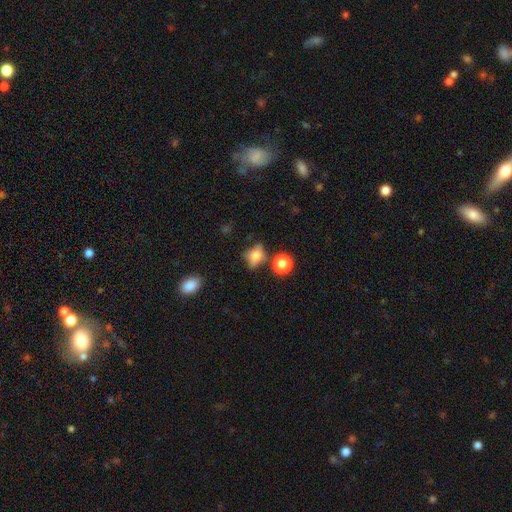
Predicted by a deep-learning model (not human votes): smooth_or_featured: smooth (p=0.67) [alt: featured or disk p=0.19]
how_rounded: in between (p=0.58) [alt: round p=0.38]
merging: none (p=0.58) [alt: minor disturbance p=0.24]